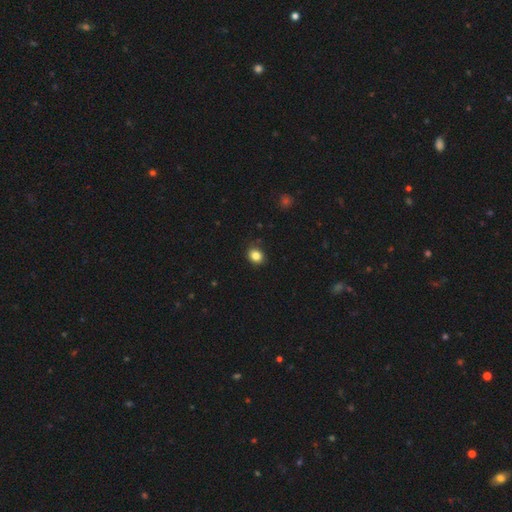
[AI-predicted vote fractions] smooth-or-featured: smooth: 85% | star or artifact: 11% | featured or disk: 5%
  how-rounded: round: 64% | in between: 35% | cigar-shaped: 1%
  merging: none: 85% | minor disturbance: 11% | major disturbance: 2% | merger: 1%